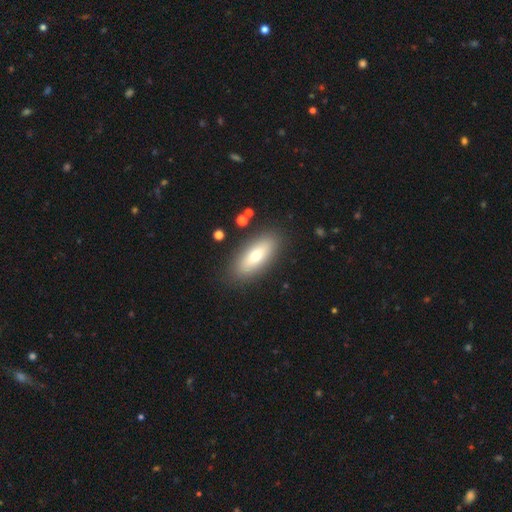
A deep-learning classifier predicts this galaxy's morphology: Q: Smooth or featured?
A: smooth (63%); runner-up: featured or disk (30%)
Q: How rounded?
A: in between (72%); runner-up: cigar-shaped (25%)
Q: Merging?
A: none (87%); runner-up: minor disturbance (8%)